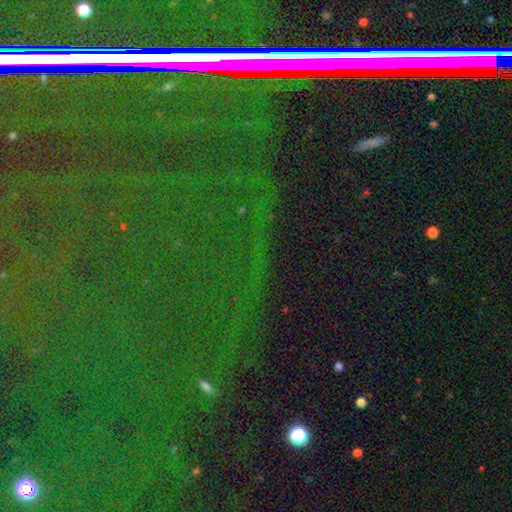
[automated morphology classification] A star or artifact, not a galaxy (82%).